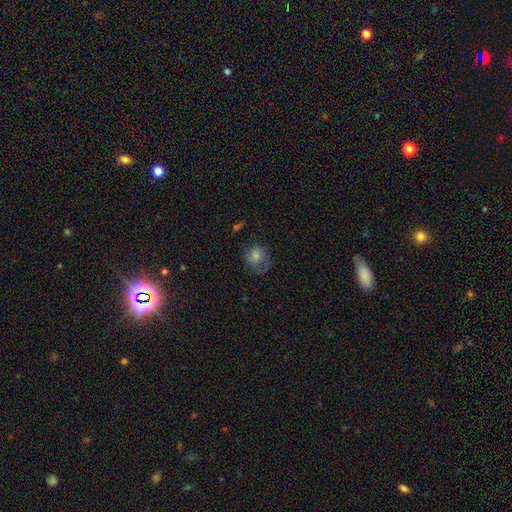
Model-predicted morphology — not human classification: Q: Smooth or featured?
A: smooth (61%); runner-up: featured or disk (22%)
Q: How rounded?
A: round (68%); runner-up: in between (31%)
Q: Merging?
A: none (56%); runner-up: minor disturbance (24%)